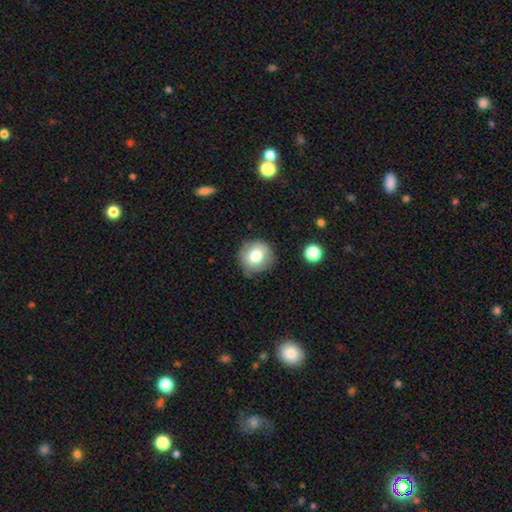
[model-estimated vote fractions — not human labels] Smooth or featured: smooth — 78% (featured or disk — 12%)
How rounded: round — 89% (in between — 10%)
Merging: none — 78% (minor disturbance — 16%)